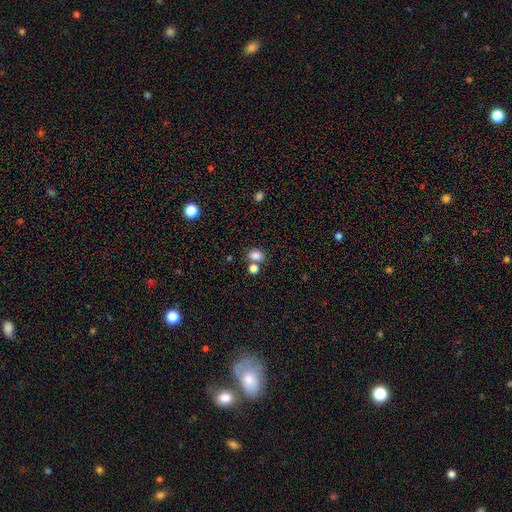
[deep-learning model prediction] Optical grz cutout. It shows a smooth galaxy with no disk features (82%) that is in between round and cigar-shaped (62%). Merging: none (53%).